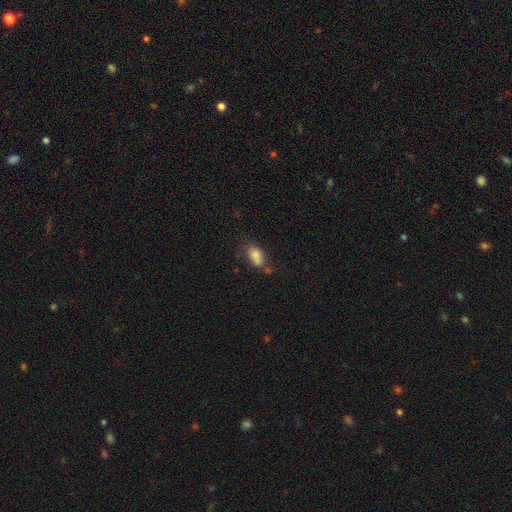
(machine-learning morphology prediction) A smooth galaxy with no disk features (78%) that is in between round and cigar-shaped (82%). Merging: none (42%).